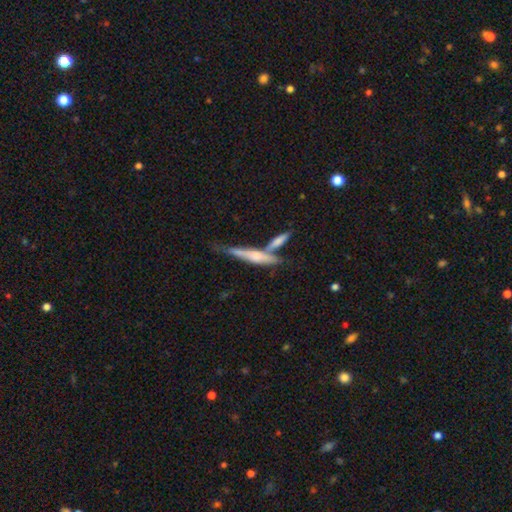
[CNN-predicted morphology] A featured or disk galaxy (56%) viewed edge-on (93%) with a rounded central bulge (61%). Merging: none (52%).